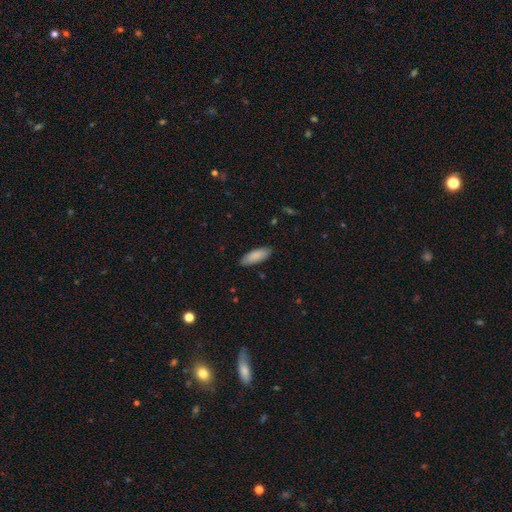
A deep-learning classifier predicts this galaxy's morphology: This appears to be a smooth galaxy with no disk features (88%) that is in between round and cigar-shaped (73%). Merging: none (87%).